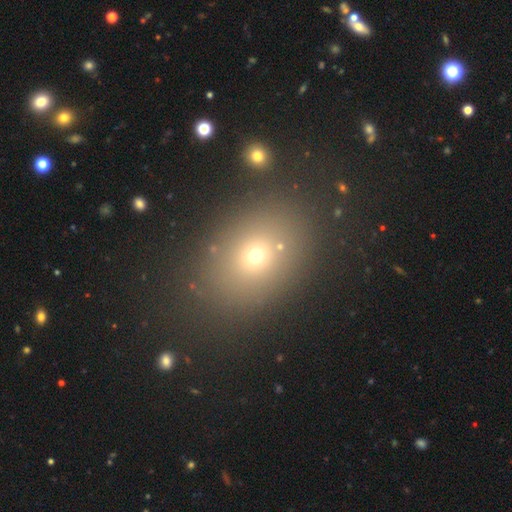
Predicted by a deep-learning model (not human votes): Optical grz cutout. It shows a smooth galaxy with no disk features (64%) that is in between round and cigar-shaped (58%). Merging: none (81%).